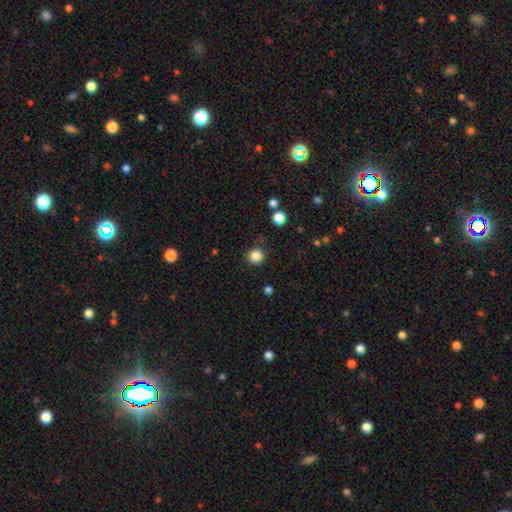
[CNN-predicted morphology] smooth_or_featured: smooth (p=0.84) [alt: star or artifact p=0.12]
how_rounded: round (p=0.92) [alt: in between p=0.07]
merging: none (p=0.86) [alt: minor disturbance p=0.10]